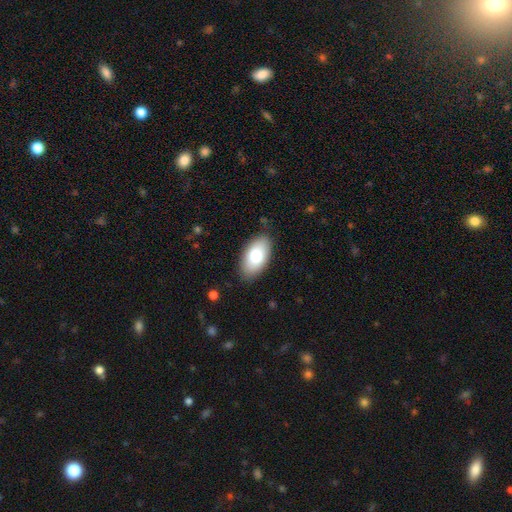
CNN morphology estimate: Smooth or featured?
  - smooth: 76% *
  - featured or disk: 17%
  - star or artifact: 7%
How rounded?
  - in between: 94% *
  - round: 4%
  - cigar-shaped: 2%
Merging?
  - none: 86% *
  - minor disturbance: 11%
  - major disturbance: 3%
  - merger: 1%